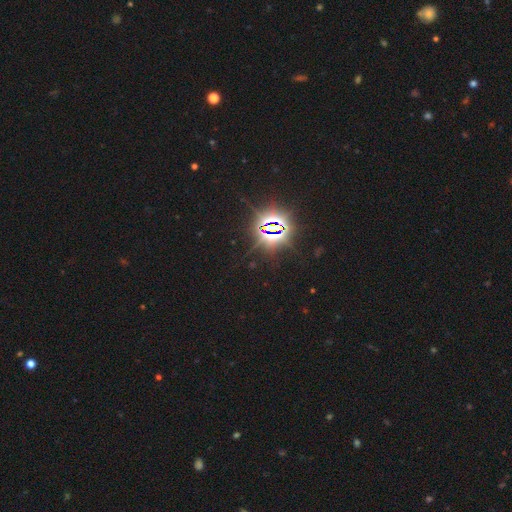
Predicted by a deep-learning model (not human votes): This is clearly a star or artifact rather than a galaxy (85%).